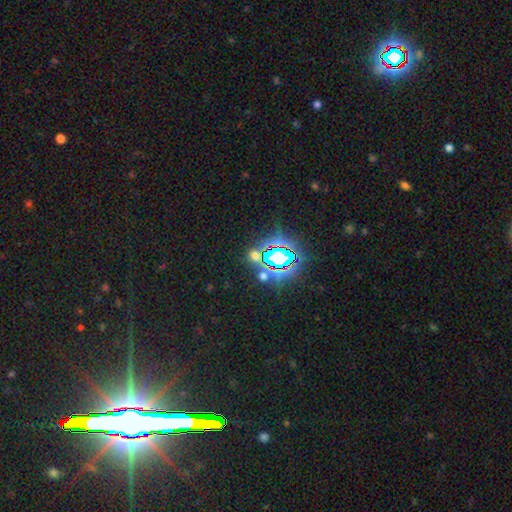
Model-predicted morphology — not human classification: This is likely a star or artifact rather than a galaxy (61%).